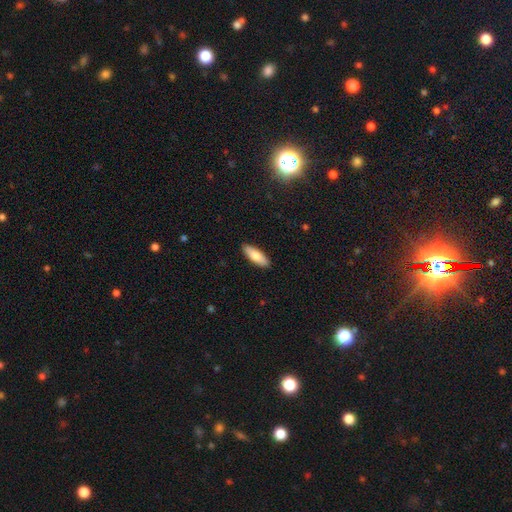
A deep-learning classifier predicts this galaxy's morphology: smooth 78%, featured or disk 16%, star or artifact 6%. Down the decision tree: how rounded — in between (61%); merging — none (90%).